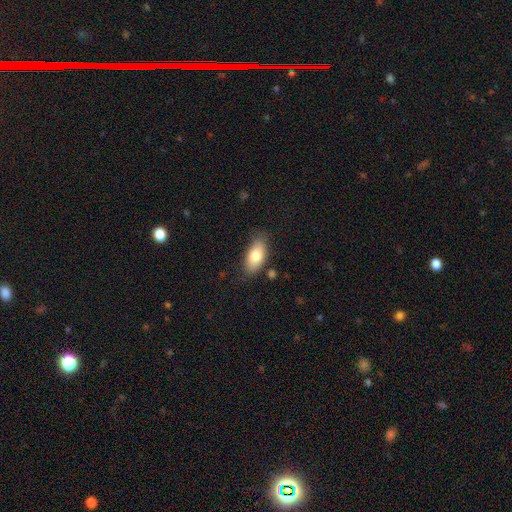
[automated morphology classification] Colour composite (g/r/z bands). It shows a smooth galaxy with no disk features (78%) that is in between round and cigar-shaped (89%). Merging: none (79%).